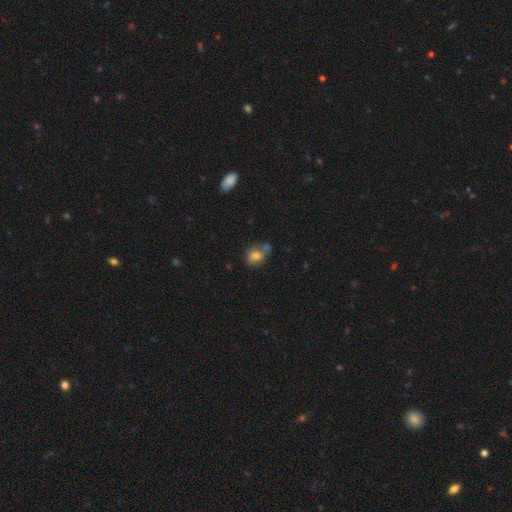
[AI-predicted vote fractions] Overall: smooth (73%). How rounded: round (52%; in between 47%). Merging: none (48%; merger 26%).